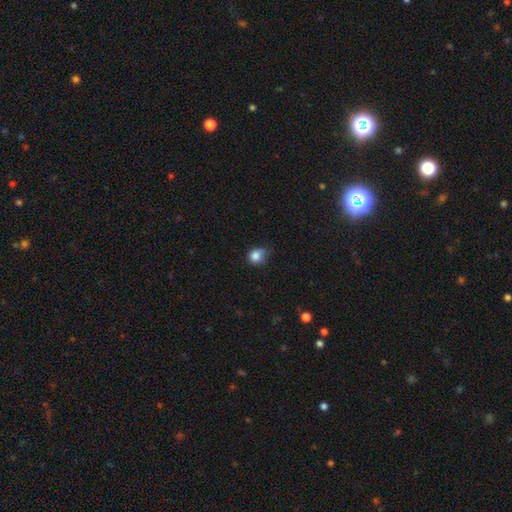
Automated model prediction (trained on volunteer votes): Smooth or featured? Predicted: smooth (p=0.84). How rounded? Predicted: round (p=0.69). Merging? Predicted: none (p=0.49).